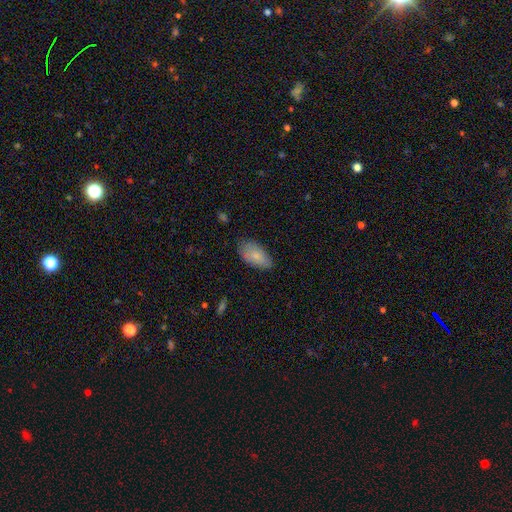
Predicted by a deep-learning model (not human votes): Smooth or featured? Predicted: smooth (p=0.82). How rounded? Predicted: in between (p=0.93). Merging? Predicted: none (p=0.71).